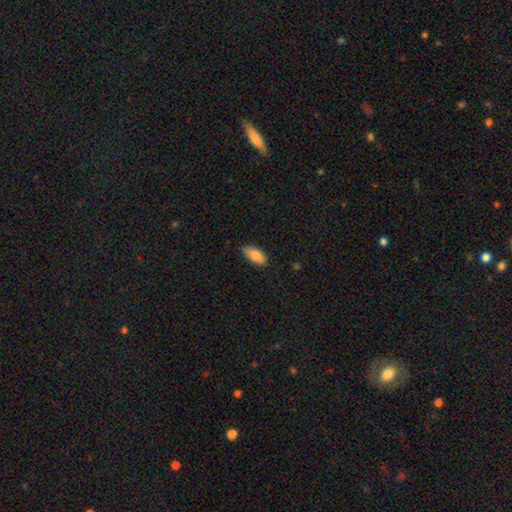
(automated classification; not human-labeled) smooth-or-featured: smooth: 87% | star or artifact: 7% | featured or disk: 6%
  how-rounded: in between: 89% | cigar-shaped: 9% | round: 2%
  merging: none: 72% | minor disturbance: 24% | major disturbance: 3% | merger: 1%